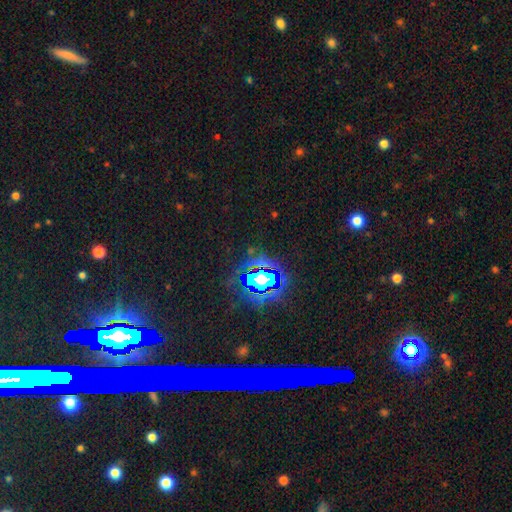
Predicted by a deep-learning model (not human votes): This is likely a star or artifact rather than a galaxy (73%).